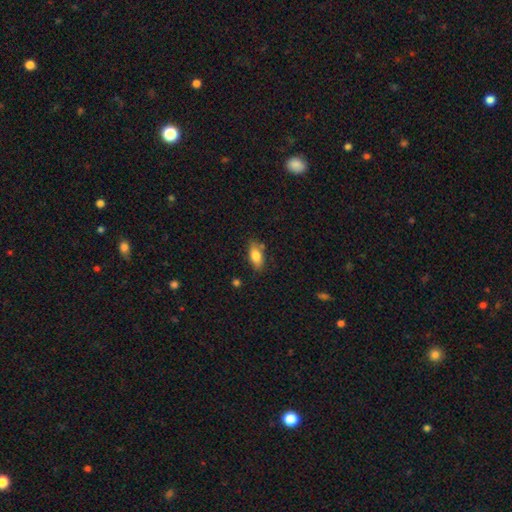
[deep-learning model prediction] Morphology: type=smooth (80%); roundness=in between (85%); merging=none (74%).